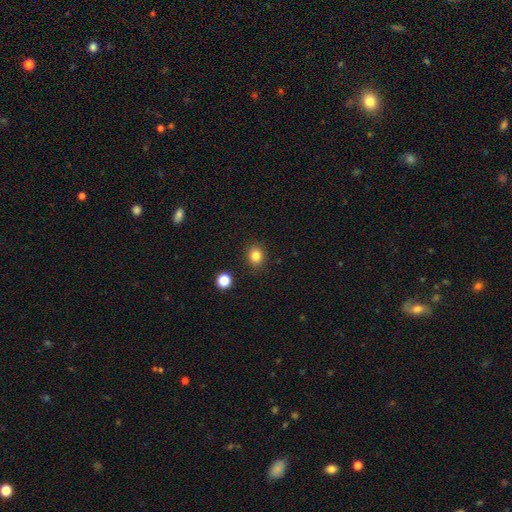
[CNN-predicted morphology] Smooth or featured: smooth — 82% (star or artifact — 12%)
How rounded: round — 71% (in between — 29%)
Merging: none — 88% (minor disturbance — 8%)